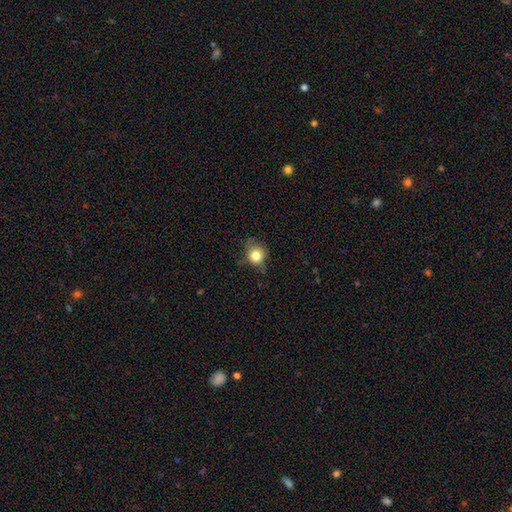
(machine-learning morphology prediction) This appears to be a smooth galaxy with no disk features (78%) that is round (82%). Merging: none (67%).